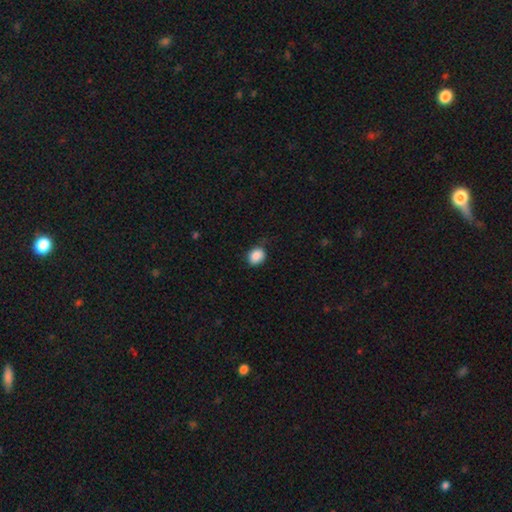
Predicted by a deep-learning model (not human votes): The model was most divided on "how rounded": round: 56%, in between: 43%, cigar-shaped: 1%. More confident: smooth or featured — smooth (87%); merging — none (73%).